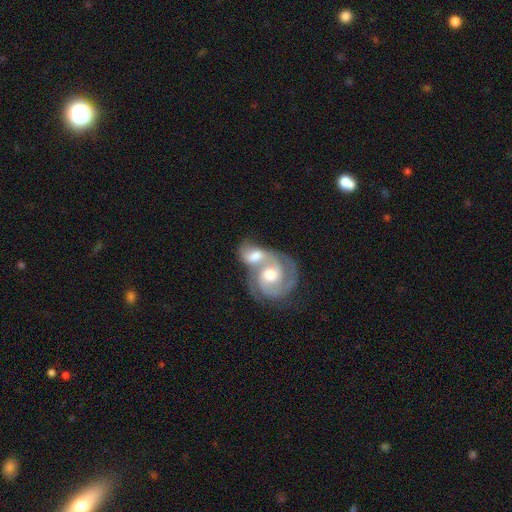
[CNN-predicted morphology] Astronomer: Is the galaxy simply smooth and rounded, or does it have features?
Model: featured or disk — 70%.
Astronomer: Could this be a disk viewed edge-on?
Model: no — 97%.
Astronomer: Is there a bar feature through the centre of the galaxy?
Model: no — 53% (runner-up: weak, 37%).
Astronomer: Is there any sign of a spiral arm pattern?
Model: yes — 92%.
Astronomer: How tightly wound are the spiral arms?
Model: tight — 46% (runner-up: medium, 41%).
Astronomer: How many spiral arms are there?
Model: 2 — 75%.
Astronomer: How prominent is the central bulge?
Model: moderate — 64%.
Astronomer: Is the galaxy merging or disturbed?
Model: merger — 77%.